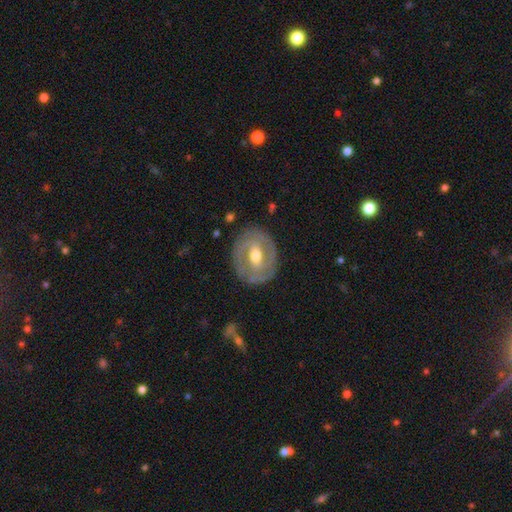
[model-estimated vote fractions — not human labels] Overall: featured or disk (76%). Edge-on disk: no (95%). Bar: weak (47%; no 27%). Spiral arms: yes (68%; no 32%). Bulge size: moderate (74%). Merging: none (81%).